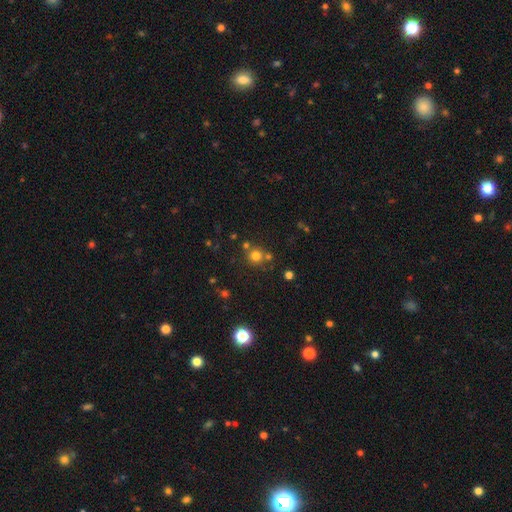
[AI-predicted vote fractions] smooth_or_featured: smooth (p=0.72) [alt: star or artifact p=0.20]
how_rounded: round (p=0.92) [alt: in between p=0.07]
merging: none (p=0.70) [alt: merger p=0.18]